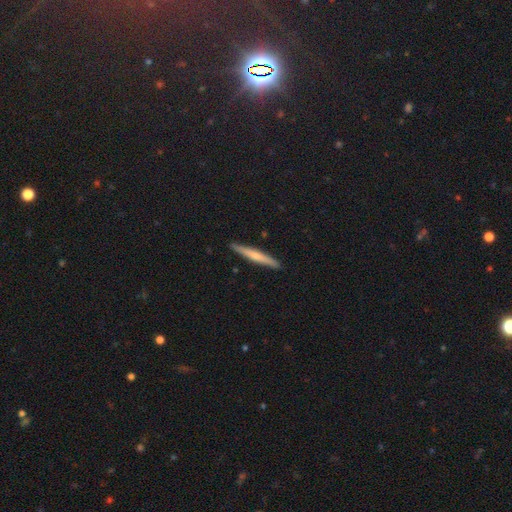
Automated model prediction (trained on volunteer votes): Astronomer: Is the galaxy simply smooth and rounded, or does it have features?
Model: smooth — 51% (runner-up: featured or disk, 44%).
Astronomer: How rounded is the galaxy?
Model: cigar-shaped — 96%.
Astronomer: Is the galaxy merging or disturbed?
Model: none — 91%.